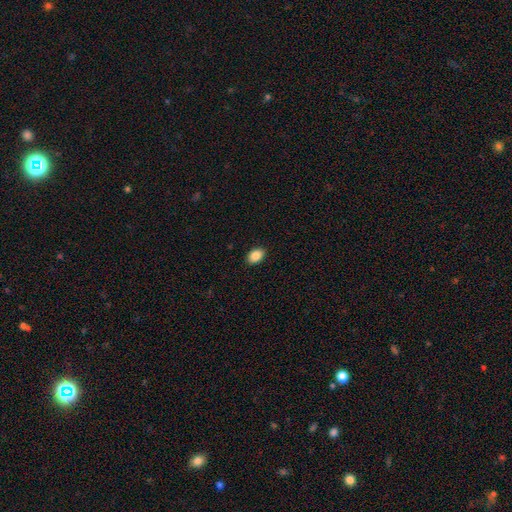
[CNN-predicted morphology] type=smooth (87%); roundness=in between (86%); merging=none (90%).